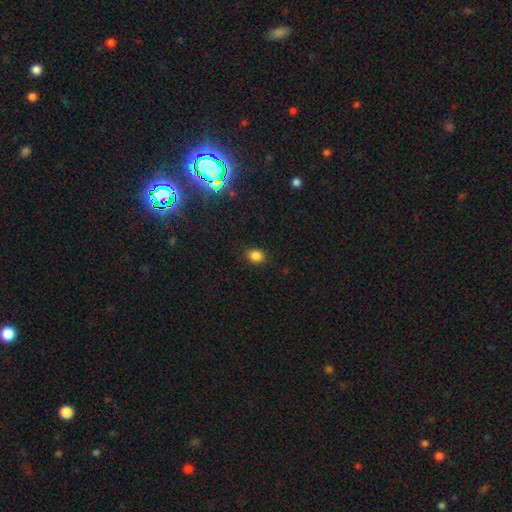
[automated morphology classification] Smooth or featured? Predicted: smooth (p=0.83). How rounded? Predicted: round (p=0.62). Merging? Predicted: none (p=0.87).